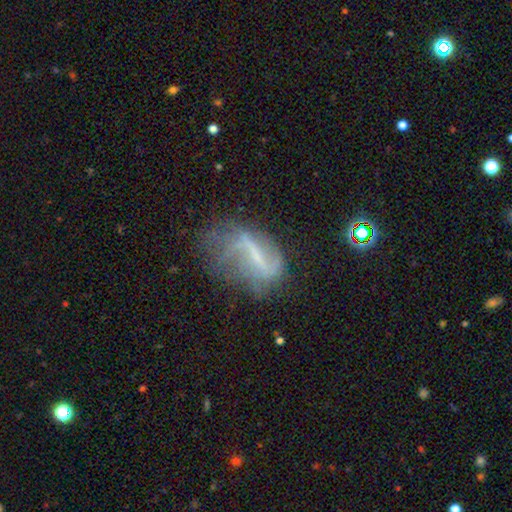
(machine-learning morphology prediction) Smooth or featured? featured or disk (70%)
Edge-on disk? no (94%)
Bar? strong (42%)
Spiral arms? yes (70%)
Bulge size? small (44%)
Merging? none (42%)